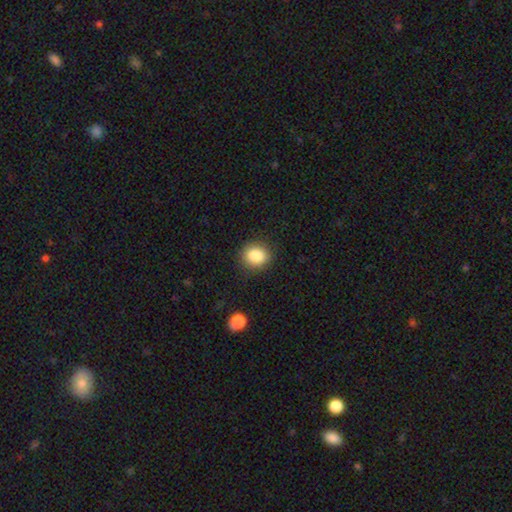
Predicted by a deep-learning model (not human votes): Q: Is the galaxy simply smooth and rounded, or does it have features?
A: smooth — 85%.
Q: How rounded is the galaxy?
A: round — 62%.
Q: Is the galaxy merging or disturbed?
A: none — 87%.